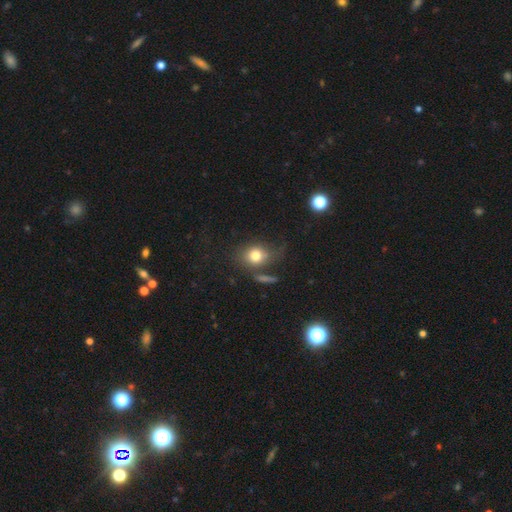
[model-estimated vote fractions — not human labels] Smooth or featured?
  - smooth: 76% *
  - featured or disk: 12%
  - star or artifact: 11%
How rounded?
  - round: 60% *
  - in between: 39%
  - cigar-shaped: 2%
Merging?
  - none: 54% *
  - minor disturbance: 21%
  - major disturbance: 14%
  - merger: 11%